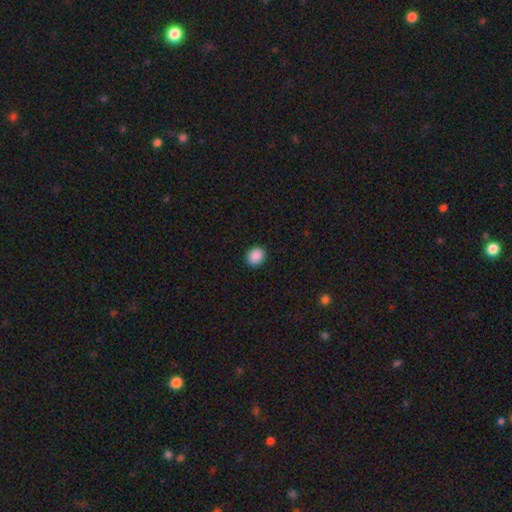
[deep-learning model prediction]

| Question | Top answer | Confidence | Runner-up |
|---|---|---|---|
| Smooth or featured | smooth | 89% | star or artifact (9%) |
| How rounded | round | 67% | in between (32%) |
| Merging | none | 91% | minor disturbance (6%) |